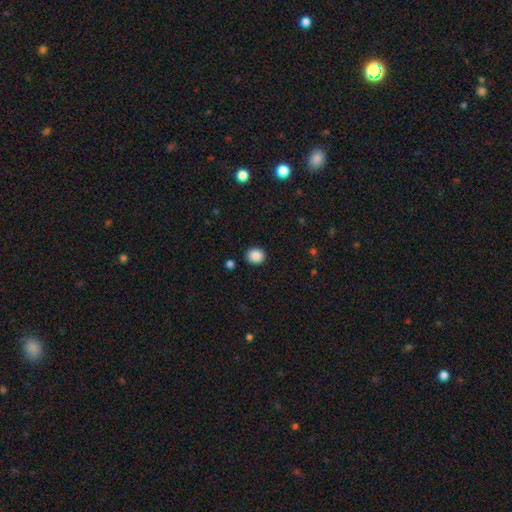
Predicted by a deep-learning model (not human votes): The model was most divided on "how rounded": round: 77%, in between: 22%, cigar-shaped: 1%. More confident: merging — none (90%); smooth or featured — smooth (87%).